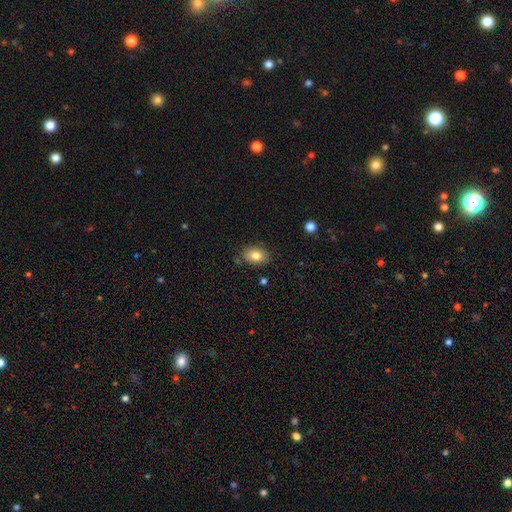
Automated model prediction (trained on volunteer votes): This appears to be a smooth galaxy with no disk features (83%) that is in between round and cigar-shaped (81%). Merging: none (80%).